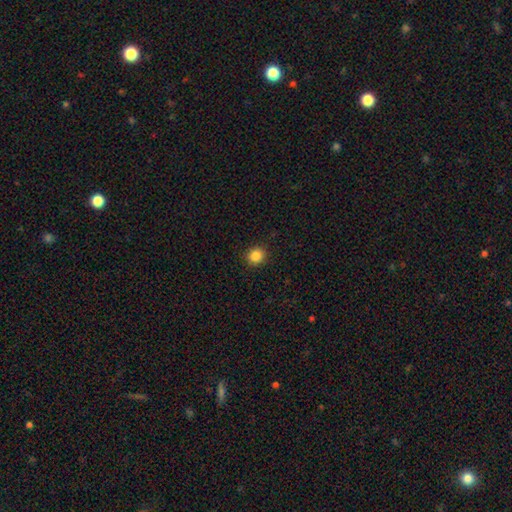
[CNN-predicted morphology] Smooth or featured? Predicted: smooth (p=0.86). How rounded? Predicted: round (p=0.87). Merging? Predicted: none (p=0.90).